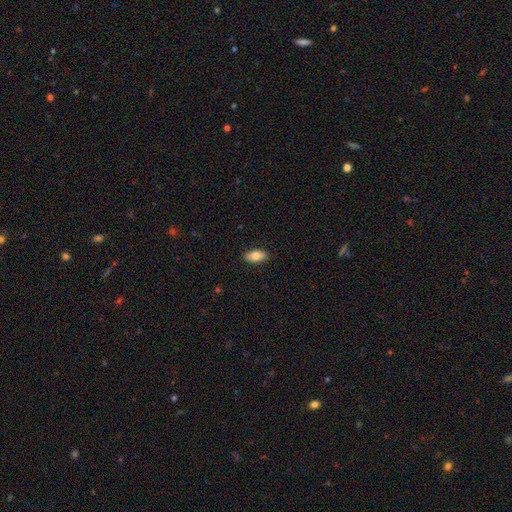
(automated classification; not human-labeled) Smooth or featured? Predicted: smooth (p=0.80). How rounded? Predicted: in between (p=0.90). Merging? Predicted: none (p=0.89).